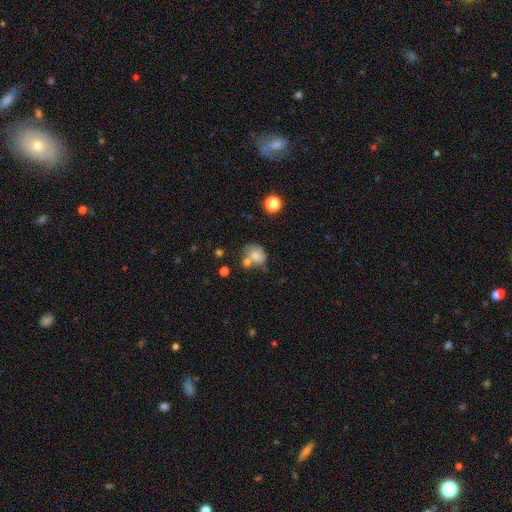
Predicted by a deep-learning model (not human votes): smooth-or-featured: smooth: 73% | featured or disk: 17% | star or artifact: 10%
  how-rounded: round: 56% | in between: 43% | cigar-shaped: 1%
  merging: none: 40% | merger: 34% | minor disturbance: 18% | major disturbance: 8%